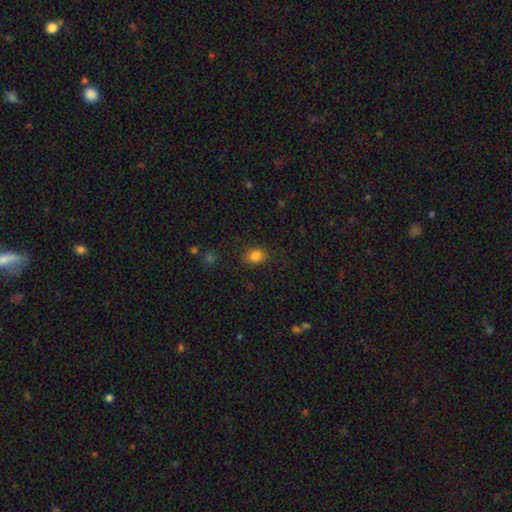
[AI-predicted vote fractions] Smooth or featured?
  - smooth: 83% *
  - star or artifact: 11%
  - featured or disk: 5%
How rounded?
  - in between: 50% *
  - round: 49%
  - cigar-shaped: 1%
Merging?
  - none: 84% *
  - minor disturbance: 12%
  - major disturbance: 3%
  - merger: 1%